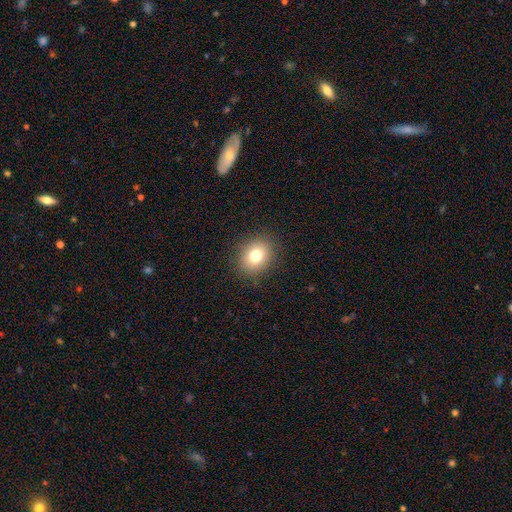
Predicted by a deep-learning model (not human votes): smooth-or-featured: smooth: 79% | star or artifact: 11% | featured or disk: 10%
  how-rounded: round: 54% | in between: 45% | cigar-shaped: 1%
  merging: none: 88% | minor disturbance: 8% | major disturbance: 3% | merger: 1%